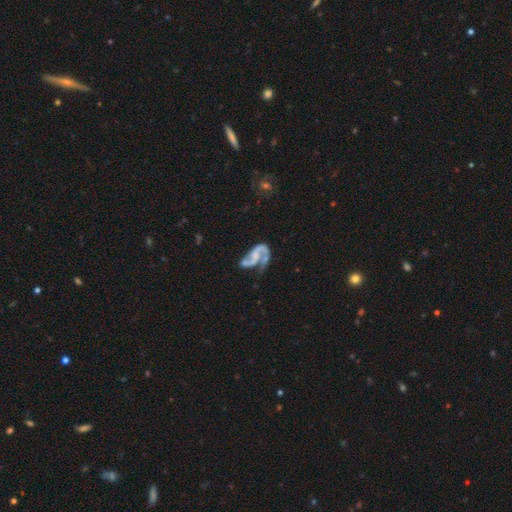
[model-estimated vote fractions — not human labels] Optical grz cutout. It shows a featured or disk galaxy (84%) with no bar (52%), 2 (80%) loose (52%) spiral arms (91%) and no central bulge (45%). Merging: major disturbance (34%).